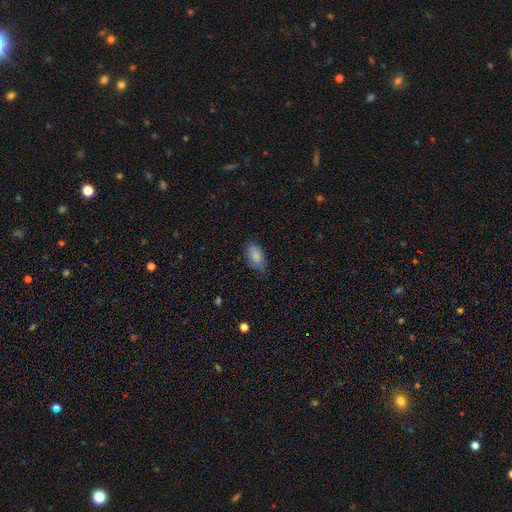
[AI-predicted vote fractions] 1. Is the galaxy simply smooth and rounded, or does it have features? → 85% smooth, 8% featured or disk, 7% star or artifact.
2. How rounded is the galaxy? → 93% in between, 4% round, 3% cigar-shaped.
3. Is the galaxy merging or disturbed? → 65% none, 28% minor disturbance, 5% major disturbance, 1% merger.